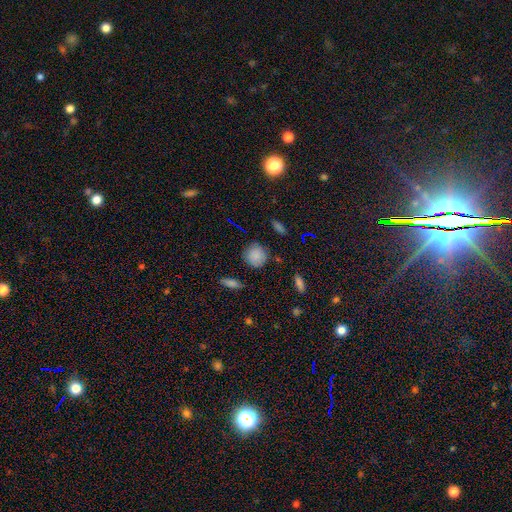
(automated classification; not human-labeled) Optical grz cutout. It shows a smooth galaxy with no disk features (80%) that is round (88%). Merging: none (82%).